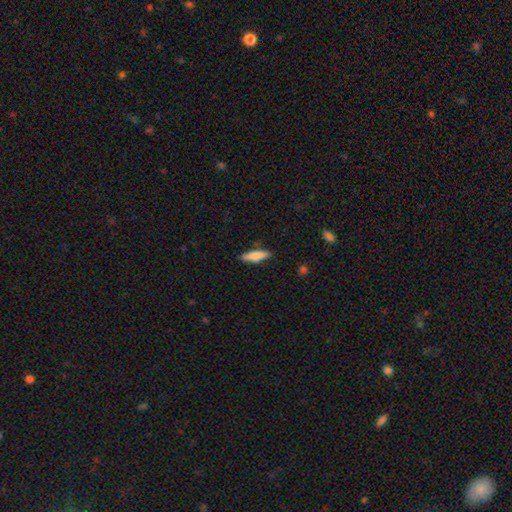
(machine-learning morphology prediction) The model was most divided on "how rounded": cigar-shaped: 74%, in between: 24%, round: 2%. More confident: merging — none (85%); smooth or featured — smooth (72%).